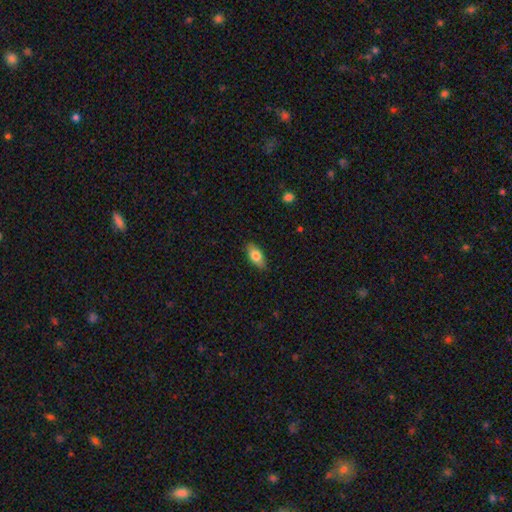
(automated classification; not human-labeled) This appears to be a smooth galaxy with no disk features (78%) that is in between round and cigar-shaped (86%). Merging: none (86%).